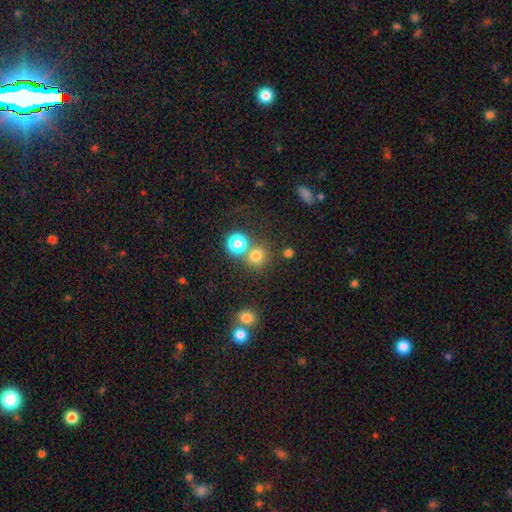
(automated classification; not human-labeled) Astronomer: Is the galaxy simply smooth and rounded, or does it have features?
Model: smooth — 74%.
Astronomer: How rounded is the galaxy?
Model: round — 89%.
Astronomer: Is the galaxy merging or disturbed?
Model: none — 64%.